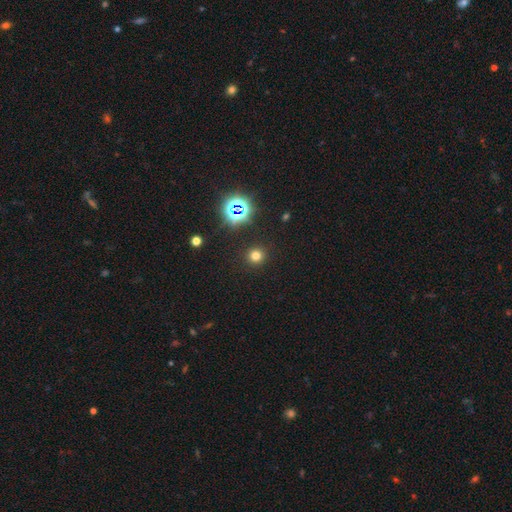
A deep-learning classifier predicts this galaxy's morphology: This appears to be a smooth galaxy with no disk features (71%) that is round (93%). Merging: none (91%).